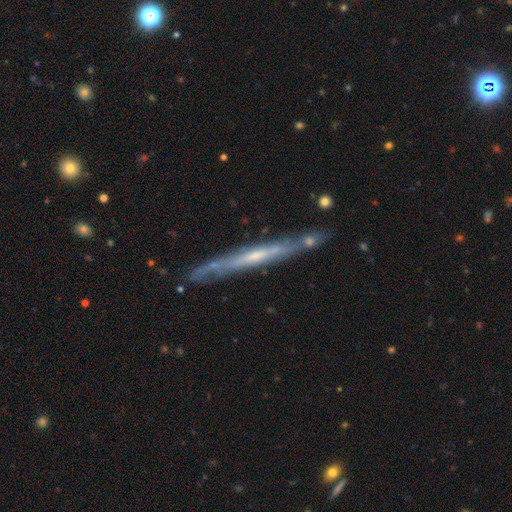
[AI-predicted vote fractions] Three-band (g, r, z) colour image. It shows a featured or disk galaxy (73%) viewed edge-on (91%) with no central bulge (66%). Merging: none (78%).